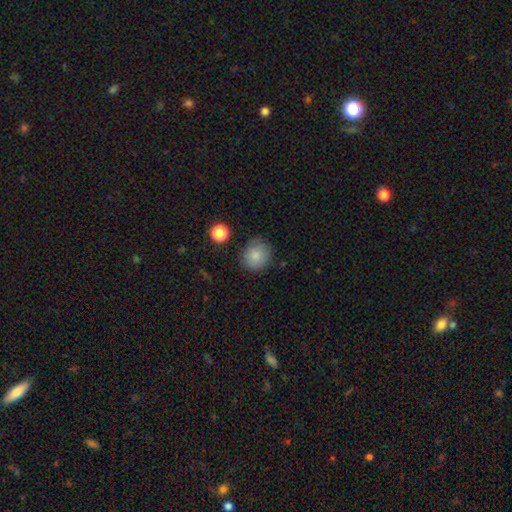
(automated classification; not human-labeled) Smooth or featured?
  - smooth: 83% *
  - star or artifact: 9%
  - featured or disk: 8%
How rounded?
  - round: 85% *
  - in between: 14%
  - cigar-shaped: 1%
Merging?
  - none: 79% *
  - minor disturbance: 15%
  - major disturbance: 4%
  - merger: 2%